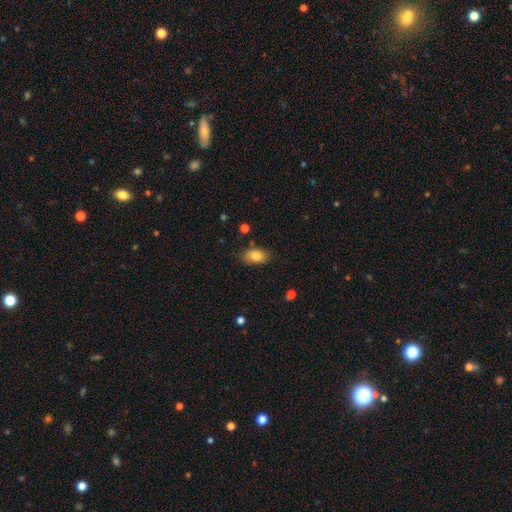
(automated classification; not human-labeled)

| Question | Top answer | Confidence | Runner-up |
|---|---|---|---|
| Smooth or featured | smooth | 83% | featured or disk (9%) |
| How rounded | in between | 90% | round (7%) |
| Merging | none | 80% | minor disturbance (15%) |